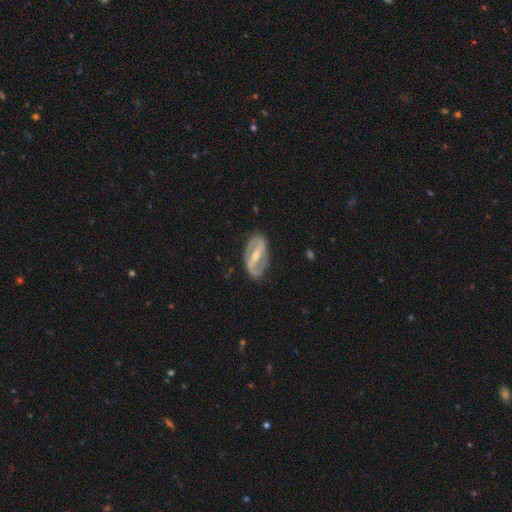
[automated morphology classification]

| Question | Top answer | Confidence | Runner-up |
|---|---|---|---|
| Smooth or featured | featured or disk | 80% | smooth (15%) |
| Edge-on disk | no | 91% | yes (9%) |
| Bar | strong | 71% | weak (20%) |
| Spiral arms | yes | 62% | no (38%) |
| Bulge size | moderate | 52% | small (43%) |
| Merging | none | 80% | minor disturbance (14%) |